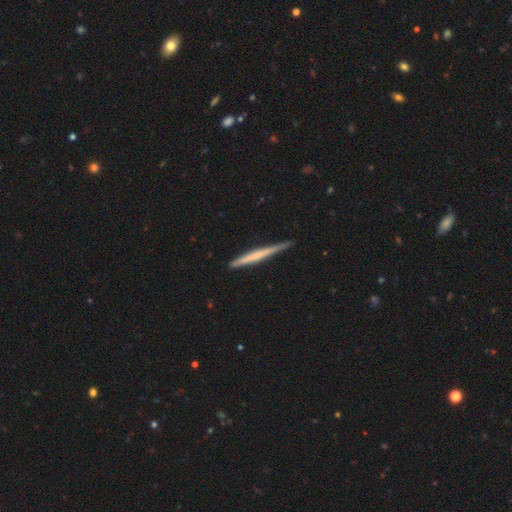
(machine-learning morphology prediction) type=featured or disk (51%); edge-on=yes (97%); edge-on bulge=none (72%); merging=none (83%).